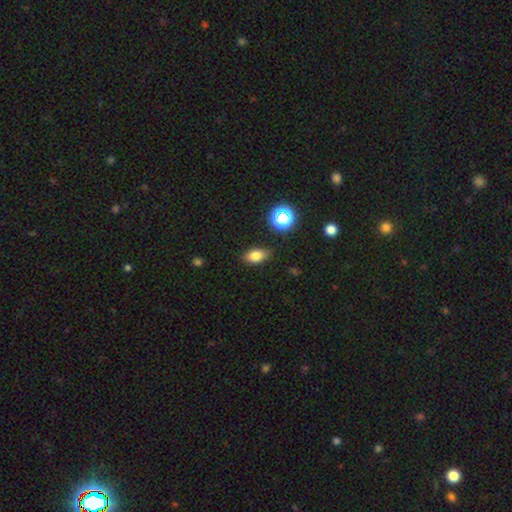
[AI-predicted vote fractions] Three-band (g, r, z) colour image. It shows a smooth galaxy with no disk features (77%) that is in between round and cigar-shaped (82%). Merging: none (84%).